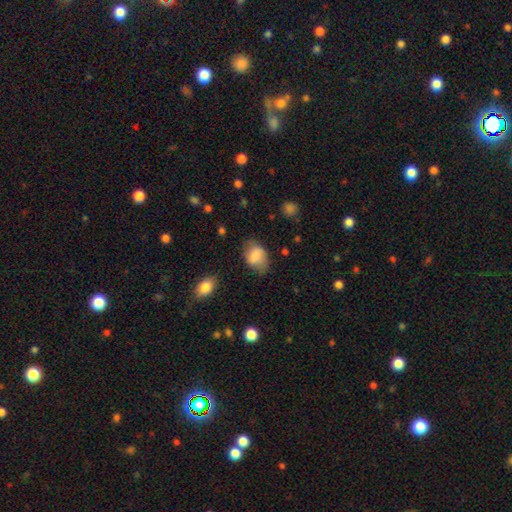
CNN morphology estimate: type=smooth (79%); roundness=in between (79%); merging=none (62%).